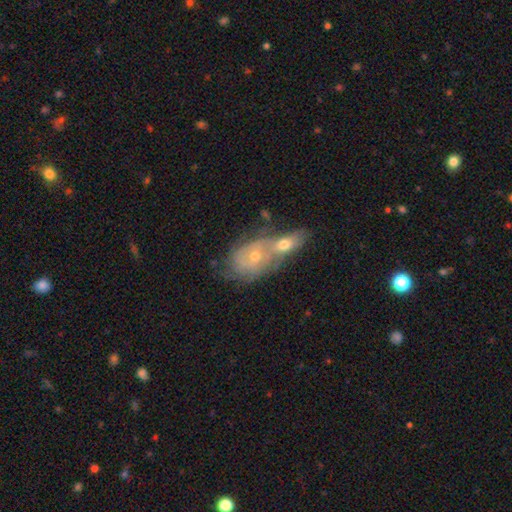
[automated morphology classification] type=featured or disk (63%); edge-on=no (93%); bar=no (81%); spiral arms=yes (71%); bulge=small (48%, tied with moderate); merging=merger (64%).